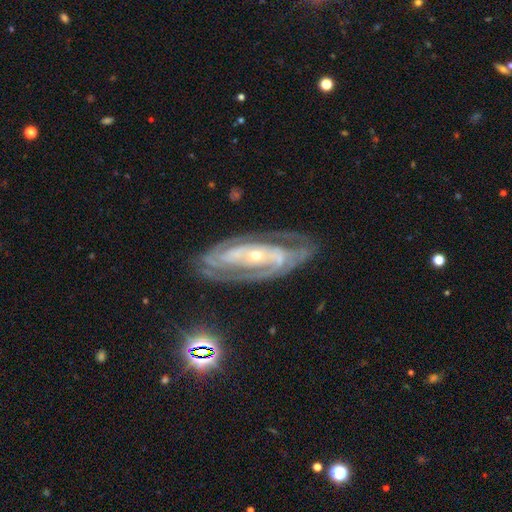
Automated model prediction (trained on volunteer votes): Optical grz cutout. It shows a featured or disk galaxy (87%) with no bar (53%), 2 (53%) tight (62%) spiral arms (94%) and a small central bulge (66%). Merging: none (75%).